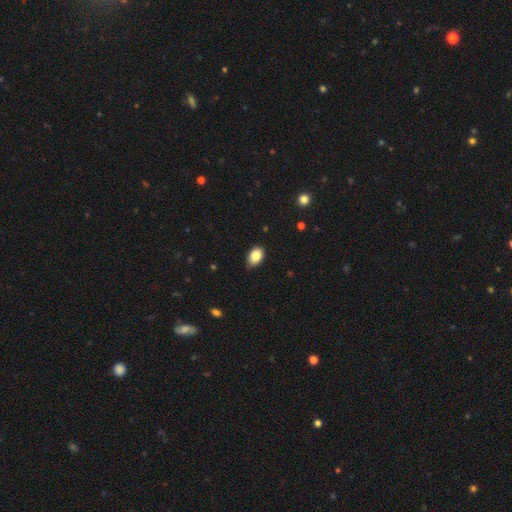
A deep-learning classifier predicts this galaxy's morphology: smooth-or-featured: smooth: 84% | star or artifact: 8% | featured or disk: 8%
  how-rounded: in between: 86% | round: 13% | cigar-shaped: 1%
  merging: none: 79% | minor disturbance: 18% | major disturbance: 2% | merger: 1%